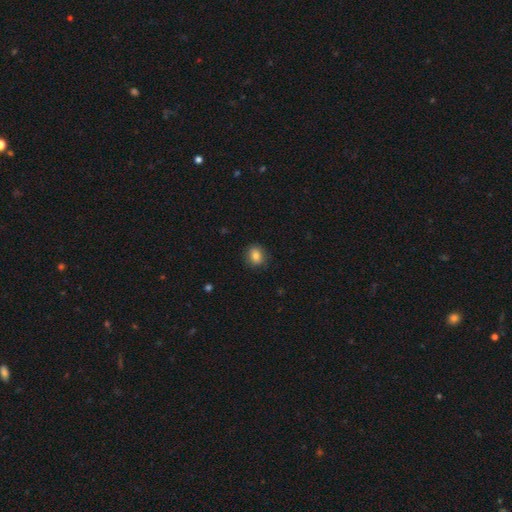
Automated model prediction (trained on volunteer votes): This appears to be a smooth galaxy with no disk features (83%) that is round (60%). Merging: none (86%).